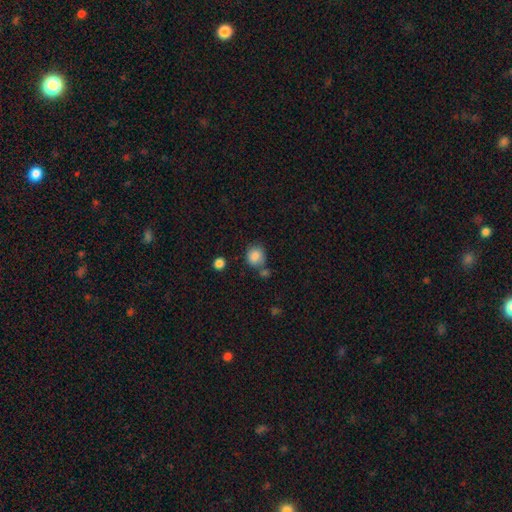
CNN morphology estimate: A smooth galaxy with no disk features (86%) that is round (82%).

Vote fractions:
- Smooth or featured? smooth: 86% / star or artifact: 9% / featured or disk: 5%
- How rounded? round: 82% / in between: 18% / cigar-shaped: 1%
- Merging? none: 66% / minor disturbance: 15% / merger: 14% / major disturbance: 4%